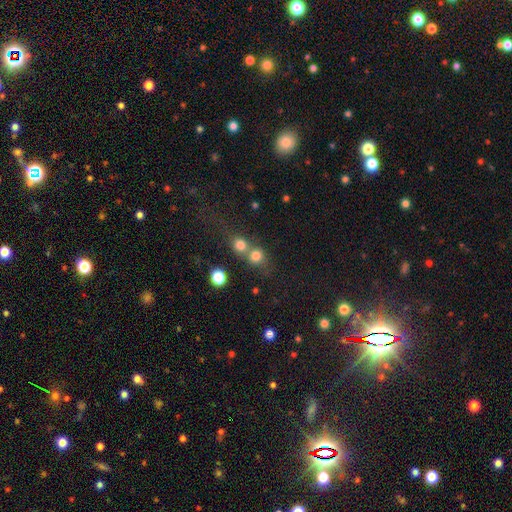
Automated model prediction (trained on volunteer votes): smooth_or_featured: smooth (p=0.76) [alt: star or artifact p=0.14]
how_rounded: round (p=0.84) [alt: in between p=0.15]
merging: merger (p=0.50) [alt: none p=0.39]